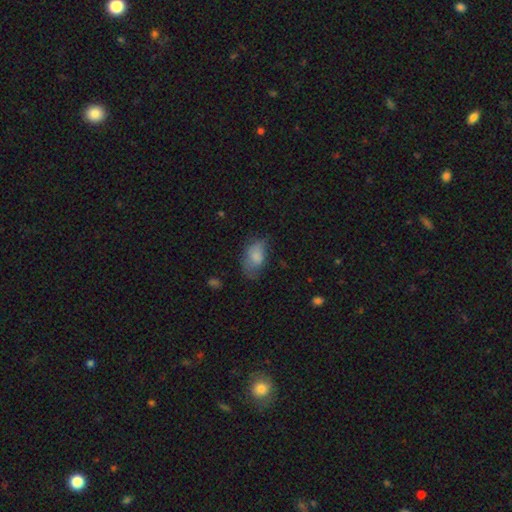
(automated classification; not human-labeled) The model was most divided on "merging": none: 47%, minor disturbance: 33%, major disturbance: 17%, merger: 2%. More confident: how rounded — in between (91%); smooth or featured — smooth (77%).